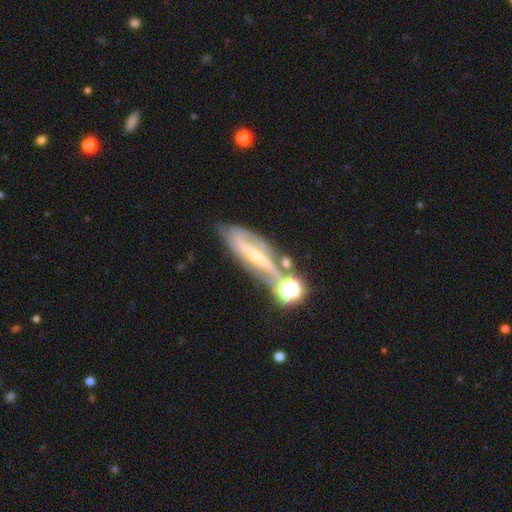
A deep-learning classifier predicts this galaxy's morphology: A featured or disk galaxy (76%) with a strong bar (45%), 2 (72%) medium (40%) spiral arms (87%) and a small central bulge (64%).

Vote fractions:
- Smooth or featured? featured or disk: 76% / smooth: 14% / star or artifact: 10%
- Edge-on disk? no: 77% / yes: 23%
- Bar? strong: 45% / weak: 30% / no: 25%
- Spiral arms? yes: 87% / no: 13%
- Spiral winding? medium: 40% / loose: 30% / tight: 30%
- Spiral arm count? 2: 72% / can't tell: 17% / 1: 5% / 3: 3% / 4: 2% / more than 4: 2%
- Bulge size? small: 64% / moderate: 27% / none: 5% / large: 2% / dominant: 1%
- Merging? none: 55% / minor disturbance: 21% / merger: 13% / major disturbance: 11%